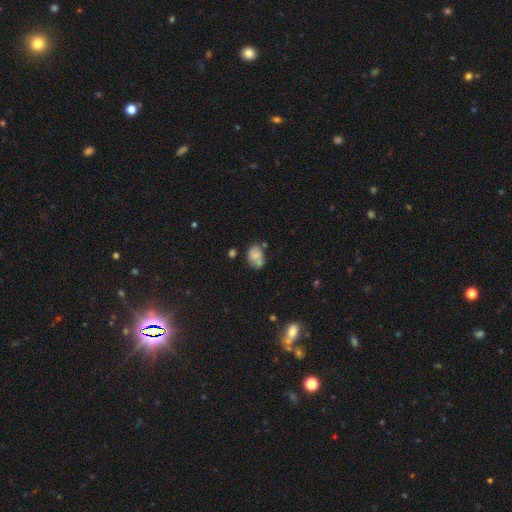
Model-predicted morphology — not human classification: smooth_or_featured: smooth (p=0.72) [alt: featured or disk p=0.18]
how_rounded: in between (p=0.69) [alt: round p=0.29]
merging: none (p=0.50) [alt: minor disturbance p=0.28]